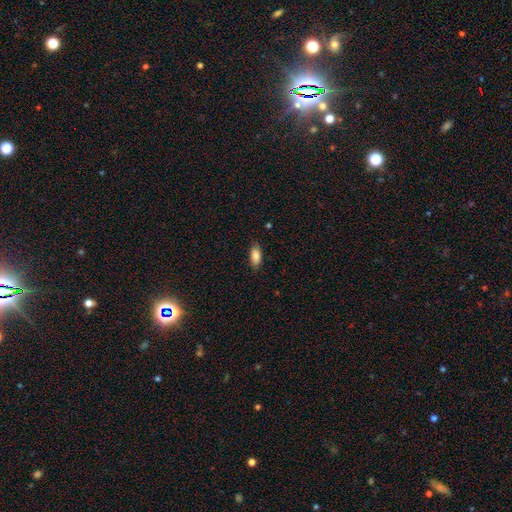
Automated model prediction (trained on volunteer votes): smooth-or-featured: smooth: 84% | featured or disk: 9% | star or artifact: 7%
  how-rounded: in between: 88% | cigar-shaped: 9% | round: 3%
  merging: none: 84% | minor disturbance: 13% | major disturbance: 2% | merger: 1%